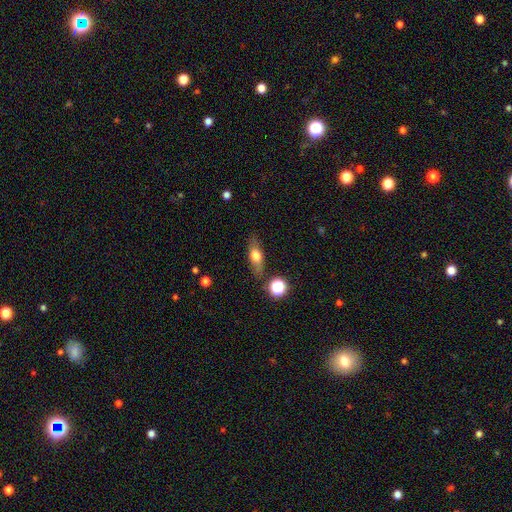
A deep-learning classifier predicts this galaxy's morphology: A smooth galaxy with no disk features (63%) that is in between round and cigar-shaped (63%).

Vote fractions:
- Smooth or featured? smooth: 63% / featured or disk: 27% / star or artifact: 9%
- How rounded? in between: 63% / cigar-shaped: 27% / round: 10%
- Merging? none: 80% / minor disturbance: 13% / major disturbance: 4% / merger: 3%